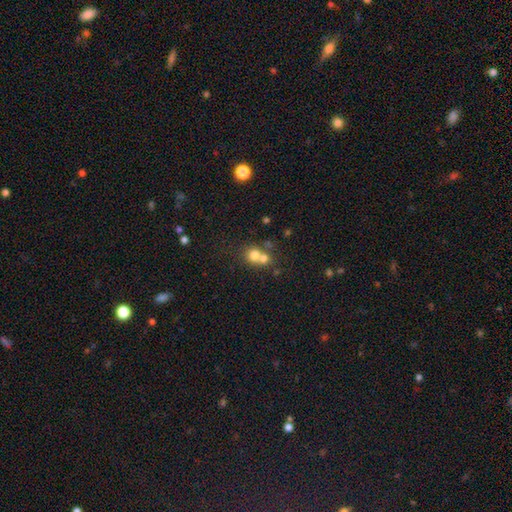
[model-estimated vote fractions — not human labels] smooth 70%, star or artifact 16%, featured or disk 15%. Down the decision tree: how rounded — round (83%); merging — merger (51%).